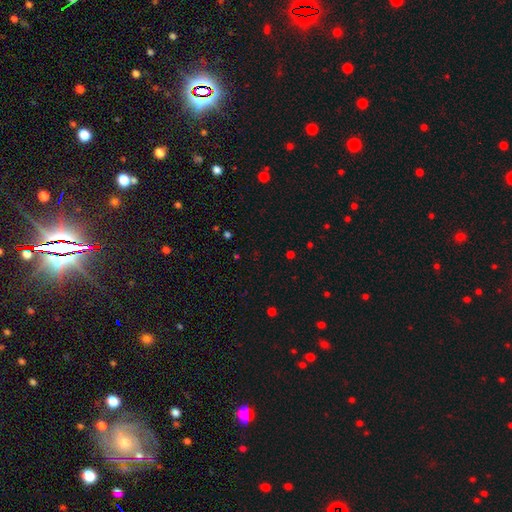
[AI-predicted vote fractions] Morphology: type=star or artifact (62%).